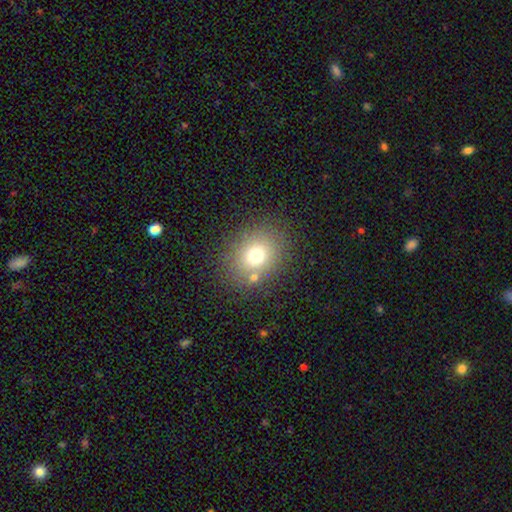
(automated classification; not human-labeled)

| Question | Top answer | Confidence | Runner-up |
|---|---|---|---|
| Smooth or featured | smooth | 70% | star or artifact (17%) |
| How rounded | round | 62% | in between (37%) |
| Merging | none | 78% | minor disturbance (11%) |